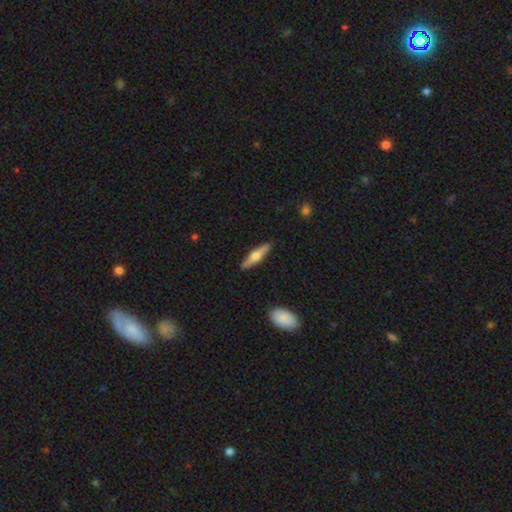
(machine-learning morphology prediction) A featured or disk galaxy (63%) viewed edge-on (96%) with a rounded central bulge (93%). Merging: none (90%).